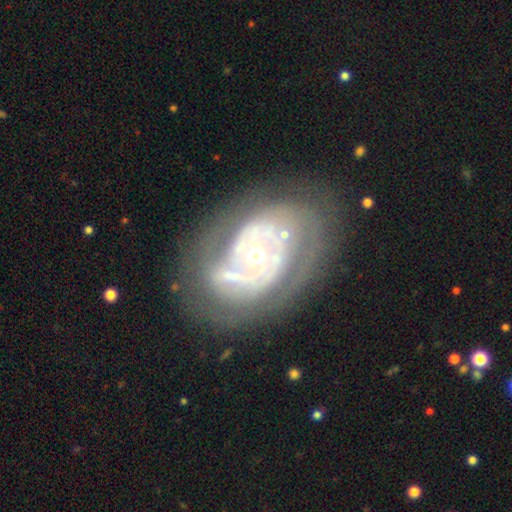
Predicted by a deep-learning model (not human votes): Smooth or featured? featured or disk (83%)
Edge-on disk? no (96%)
Bar? no (78%)
Spiral arms? yes (75%)
Spiral winding? tight (64%)
Spiral arm count? can't tell (39%)
Bulge size? small (48%)
Merging? none (54%)